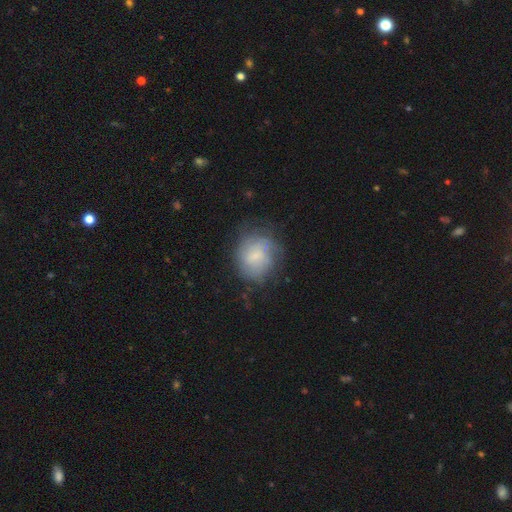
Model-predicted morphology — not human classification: This is possibly a smooth galaxy (58%). How rounded: likely round (72%). Merging: possibly none (60%).